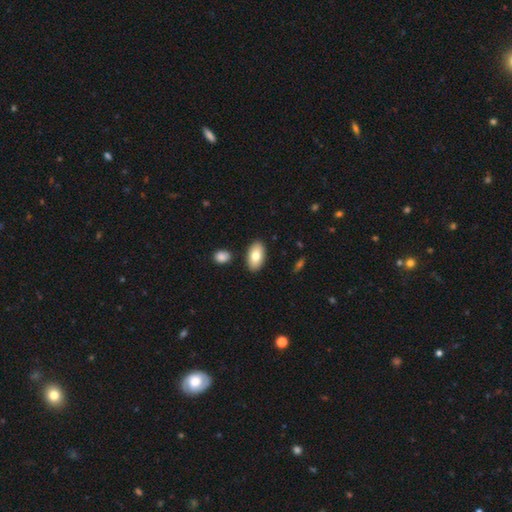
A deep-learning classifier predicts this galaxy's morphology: type=smooth (79%); roundness=in between (94%); merging=none (87%).